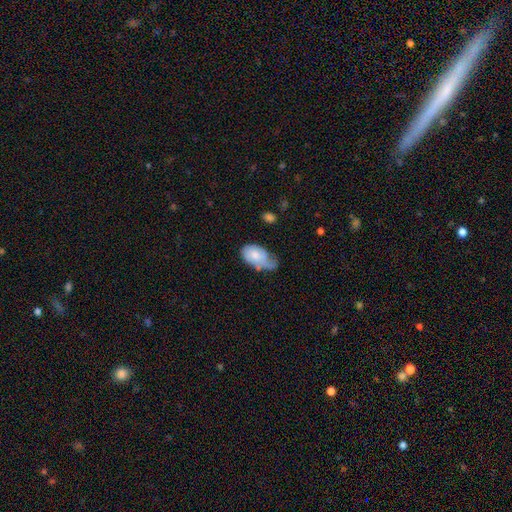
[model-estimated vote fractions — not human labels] A smooth galaxy with no disk features (62%) that is in between round and cigar-shaped (92%).

Vote fractions:
- Smooth or featured? smooth: 62% / featured or disk: 31% / star or artifact: 6%
- How rounded? in between: 92% / round: 6% / cigar-shaped: 2%
- Merging? minor disturbance: 43% / none: 27% / major disturbance: 25% / merger: 6%